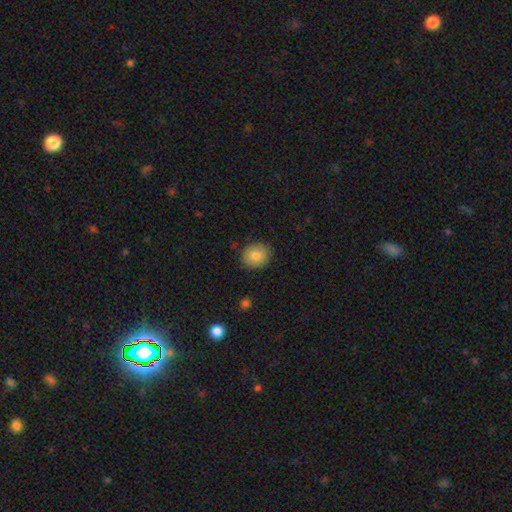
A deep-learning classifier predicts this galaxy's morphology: type=smooth (80%); roundness=round (75%); merging=none (86%).